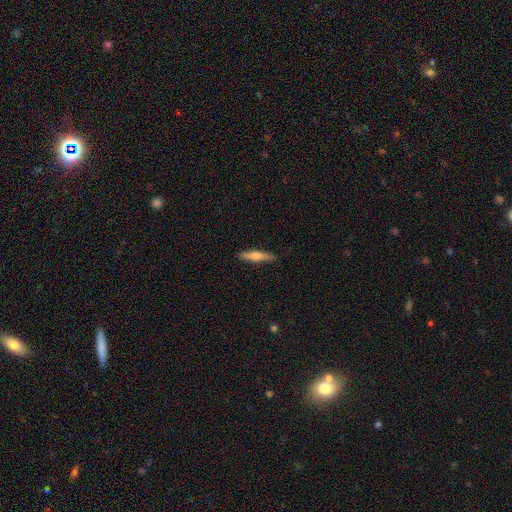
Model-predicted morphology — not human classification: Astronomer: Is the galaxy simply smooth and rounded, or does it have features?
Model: smooth — 48% (runner-up: featured or disk, 46%).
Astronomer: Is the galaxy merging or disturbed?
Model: none — 88%.